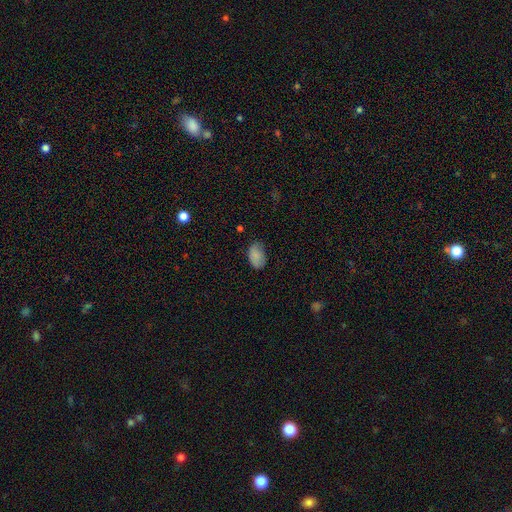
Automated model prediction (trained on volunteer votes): This is clearly a smooth galaxy (84%). How rounded: clearly in between (89%). Merging: likely none (64%).